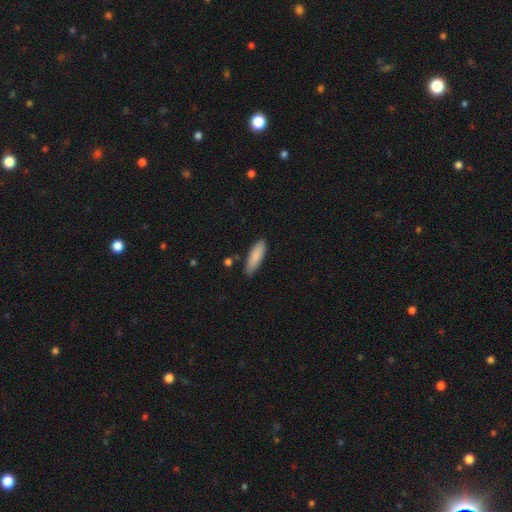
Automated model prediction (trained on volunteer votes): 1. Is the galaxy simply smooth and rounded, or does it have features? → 87% smooth, 8% featured or disk, 6% star or artifact.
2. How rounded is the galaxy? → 52% in between, 46% cigar-shaped, 1% round.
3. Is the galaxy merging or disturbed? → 82% none, 13% minor disturbance, 2% merger, 2% major disturbance.